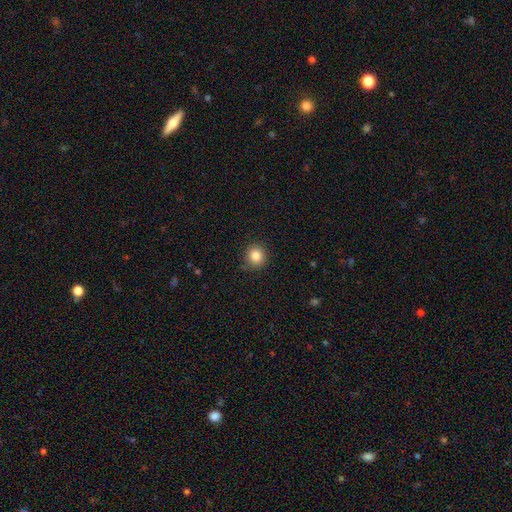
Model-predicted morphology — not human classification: The model was most divided on "smooth or featured": smooth: 85%, star or artifact: 11%, featured or disk: 5%. More confident: how rounded — round (91%); merging — none (88%).